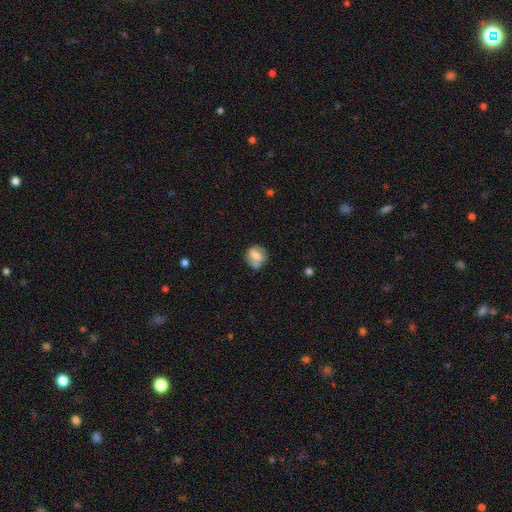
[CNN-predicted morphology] Smooth or featured? Predicted: smooth (p=0.66). How rounded? Predicted: round (p=0.74). Merging? Predicted: none (p=0.66).